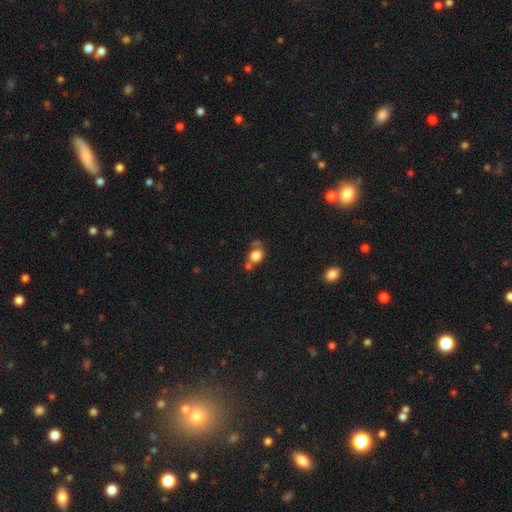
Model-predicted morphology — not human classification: smooth-or-featured: smooth: 79% | star or artifact: 11% | featured or disk: 10%
  how-rounded: round: 55% | in between: 44% | cigar-shaped: 1%
  merging: none: 46% | merger: 28% | minor disturbance: 17% | major disturbance: 9%